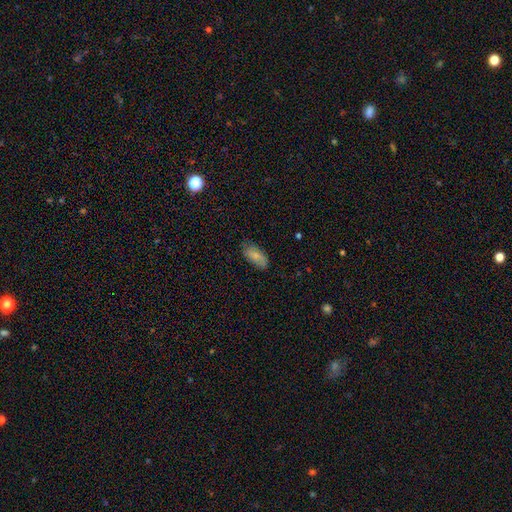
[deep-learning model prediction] The model was most divided on "merging": none: 71%, minor disturbance: 23%, major disturbance: 5%, merger: 1%. More confident: how rounded — in between (89%); smooth or featured — smooth (78%).